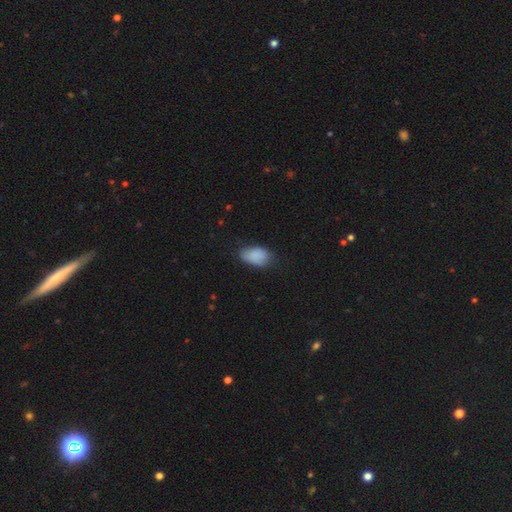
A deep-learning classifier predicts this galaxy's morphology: type=smooth (86%); roundness=in between (91%); merging=none (63%).